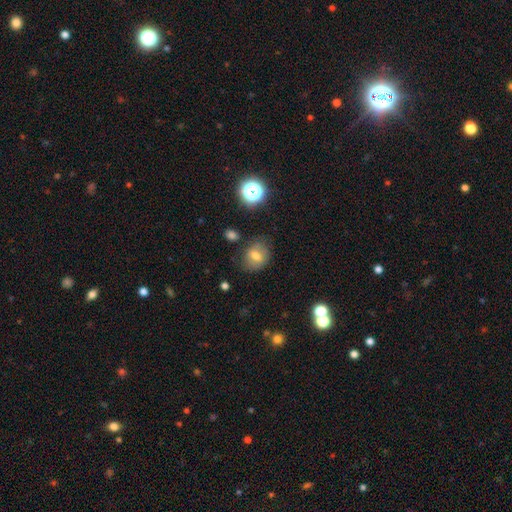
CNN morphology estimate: Overall: smooth (65%). How rounded: round (56%; in between 43%). Merging: none (74%).